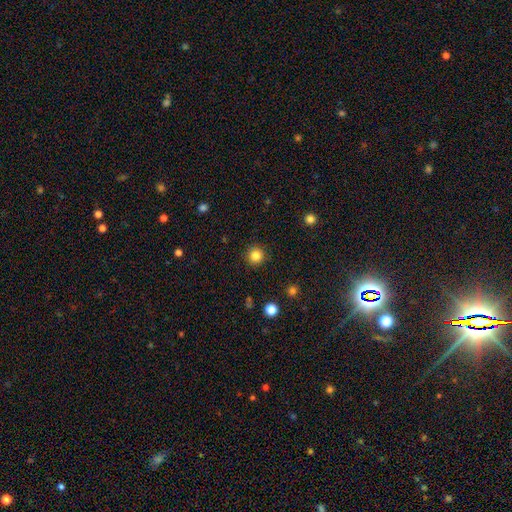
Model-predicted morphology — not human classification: The model was most divided on "smooth or featured": smooth: 83%, star or artifact: 12%, featured or disk: 5%. More confident: how rounded — round (95%); merging — none (92%).